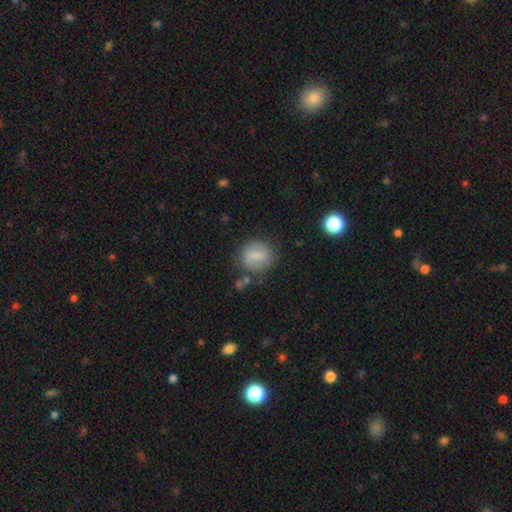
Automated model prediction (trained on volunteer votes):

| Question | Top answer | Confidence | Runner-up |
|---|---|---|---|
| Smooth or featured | smooth | 69% | featured or disk (23%) |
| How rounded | round | 74% | in between (25%) |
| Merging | none | 73% | minor disturbance (16%) |